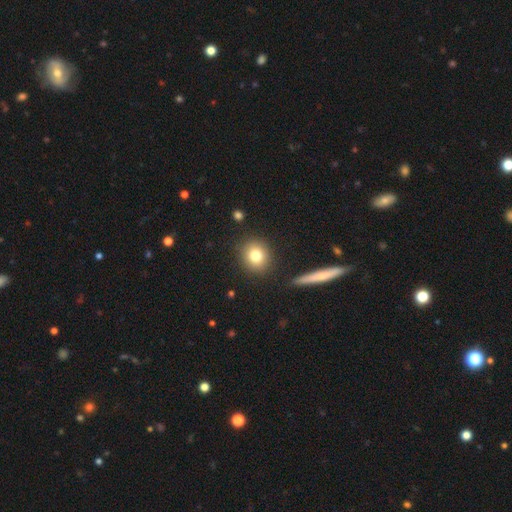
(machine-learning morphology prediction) The model was most divided on "smooth or featured": smooth: 79%, featured or disk: 11%, star or artifact: 10%. More confident: merging — none (88%); how rounded — round (84%).